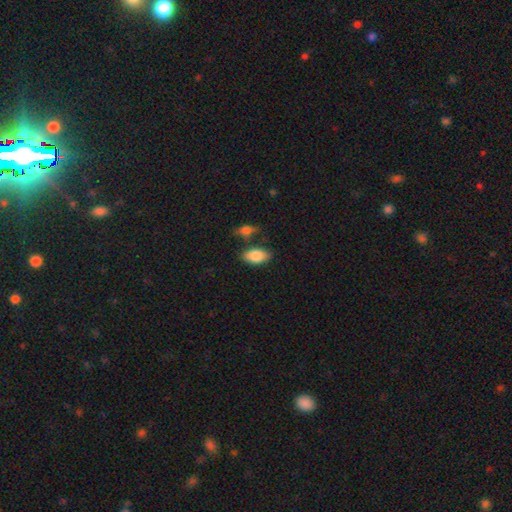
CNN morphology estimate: Smooth or featured: smooth — 85% (featured or disk — 9%)
How rounded: in between — 92% (round — 4%)
Merging: none — 71% (minor disturbance — 15%)